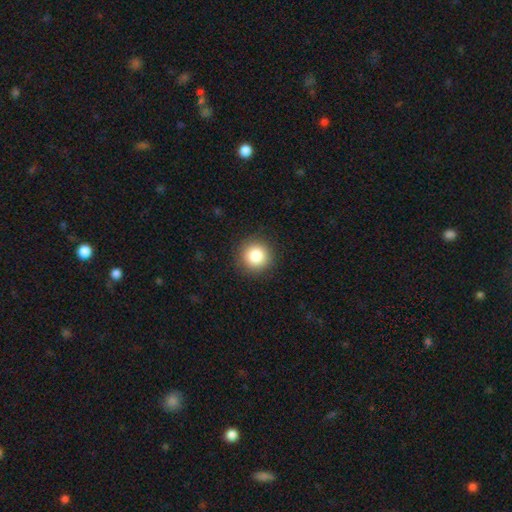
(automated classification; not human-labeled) Smooth or featured? smooth (84%)
How rounded? round (95%)
Merging? none (91%)